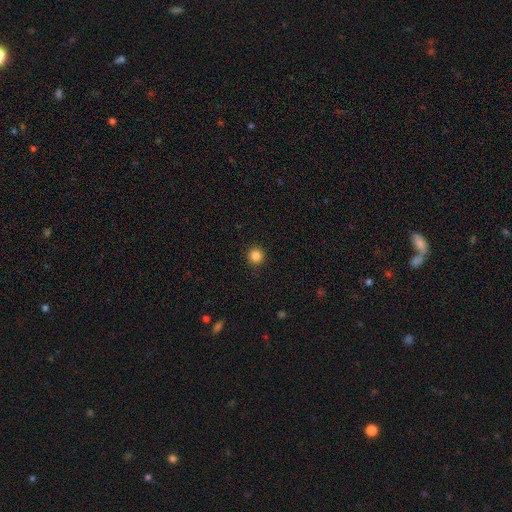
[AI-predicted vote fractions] Q: Smooth or featured?
A: smooth (85%); runner-up: star or artifact (12%)
Q: How rounded?
A: round (94%); runner-up: in between (5%)
Q: Merging?
A: none (92%); runner-up: minor disturbance (6%)